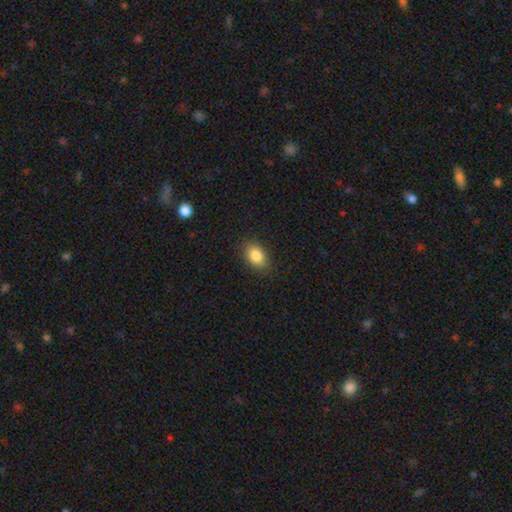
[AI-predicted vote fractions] The model was most divided on "how rounded": in between: 85%, round: 14%, cigar-shaped: 2%. More confident: merging — none (86%); smooth or featured — smooth (84%).